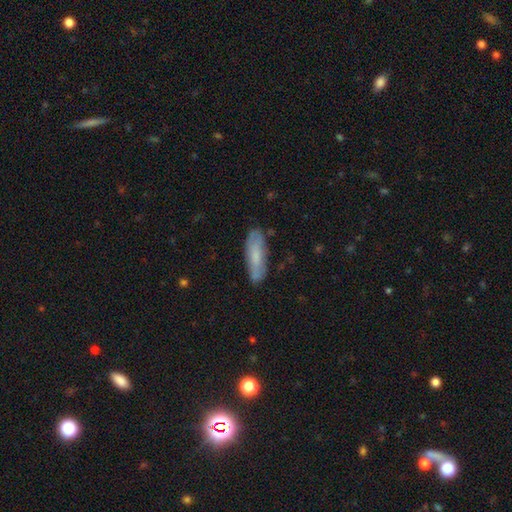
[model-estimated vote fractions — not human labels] Smooth or featured: smooth — 66% (featured or disk — 27%)
How rounded: cigar-shaped — 53% (in between — 45%)
Merging: none — 79% (minor disturbance — 16%)